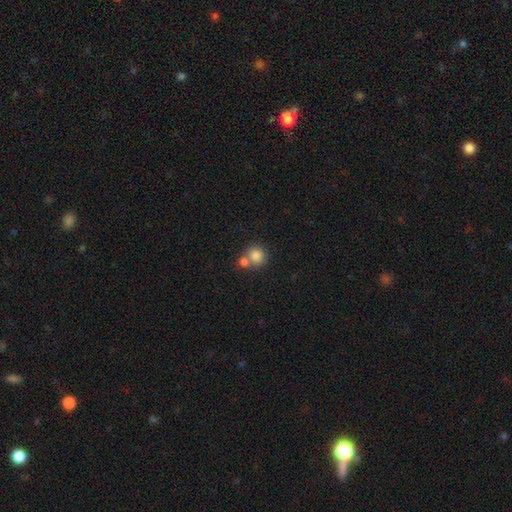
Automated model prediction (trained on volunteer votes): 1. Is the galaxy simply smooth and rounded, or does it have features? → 82% smooth, 10% star or artifact, 9% featured or disk.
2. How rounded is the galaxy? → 90% round, 9% in between, 1% cigar-shaped.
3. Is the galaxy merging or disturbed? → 49% none, 41% merger, 7% minor disturbance, 3% major disturbance.